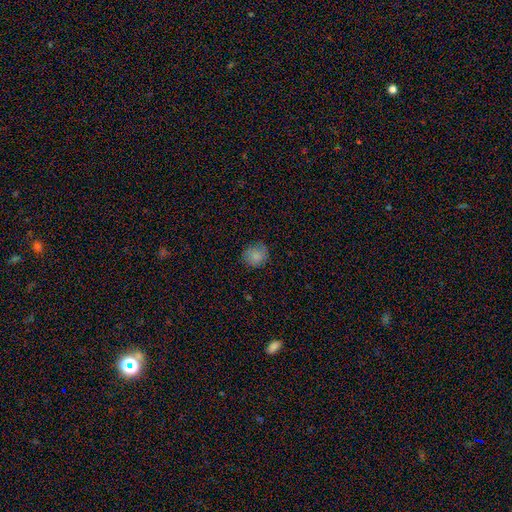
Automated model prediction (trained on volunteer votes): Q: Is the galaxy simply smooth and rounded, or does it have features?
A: smooth — 82%.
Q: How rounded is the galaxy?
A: round — 85%.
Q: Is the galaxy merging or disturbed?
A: none — 78%.